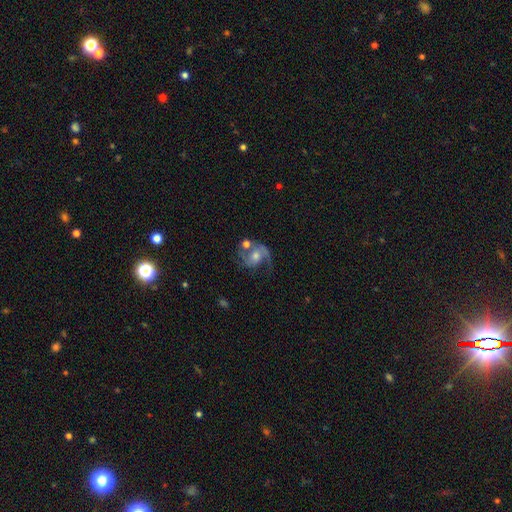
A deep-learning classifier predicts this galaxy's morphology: This is likely a featured or disk galaxy (76%). It is clearly not viewed edge-on (98%). Bar: likely no (60%). Spiral arm pattern: clearly yes (92%). Spiral arm count: likely 2 (62%). Spiral winding: marginally medium (45%). Central bulge: possibly moderate (59%). Merging: marginally none (42%).